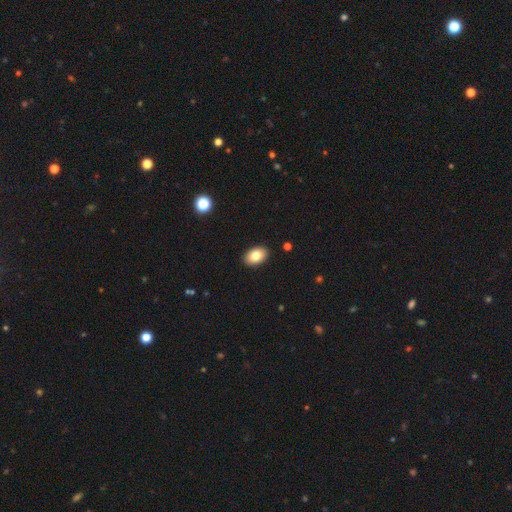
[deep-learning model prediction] Overall: smooth (83%). How rounded: in between (89%). Merging: none (90%).